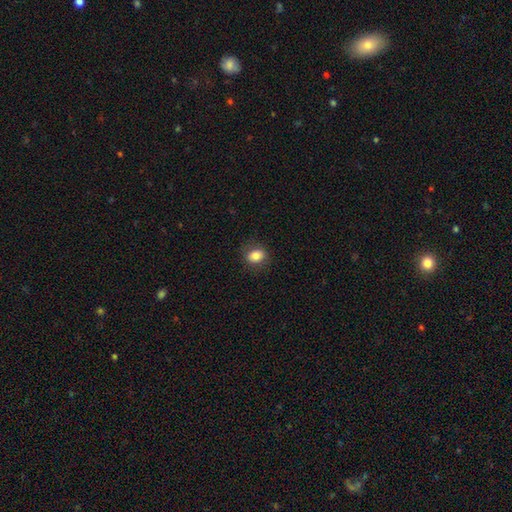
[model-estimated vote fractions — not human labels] smooth_or_featured: smooth (p=0.83) [alt: star or artifact p=0.09]
how_rounded: round (p=0.50) [alt: in between p=0.49]
merging: none (p=0.84) [alt: minor disturbance p=0.11]